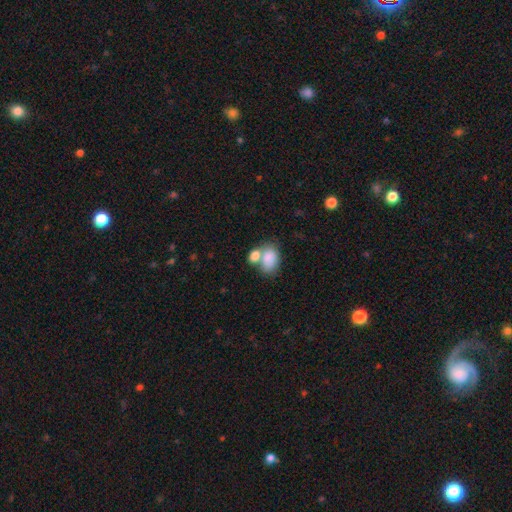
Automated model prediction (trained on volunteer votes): Smooth or featured?
  - smooth: 82% *
  - featured or disk: 11%
  - star or artifact: 7%
How rounded?
  - in between: 83% *
  - round: 15%
  - cigar-shaped: 1%
Merging?
  - merger: 57% *
  - none: 28%
  - minor disturbance: 9%
  - major disturbance: 5%